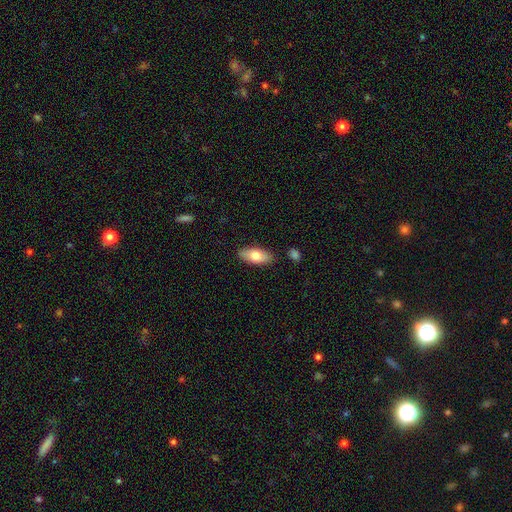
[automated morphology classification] This is likely a smooth galaxy (75%). How rounded: clearly in between (84%). Merging: clearly none (85%).